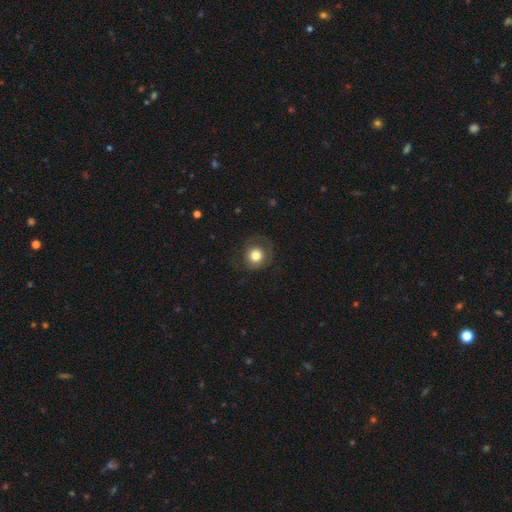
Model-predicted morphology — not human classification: Smooth or featured: smooth — 75% (featured or disk — 15%)
How rounded: round — 87% (in between — 12%)
Merging: none — 73% (minor disturbance — 15%)